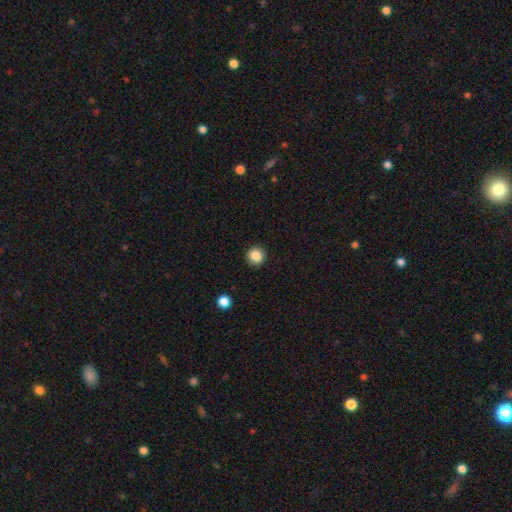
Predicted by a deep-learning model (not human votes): smooth-or-featured: smooth: 86% | star or artifact: 10% | featured or disk: 4%
  how-rounded: round: 94% | in between: 5% | cigar-shaped: 1%
  merging: none: 91% | minor disturbance: 6% | major disturbance: 2% | merger: 1%